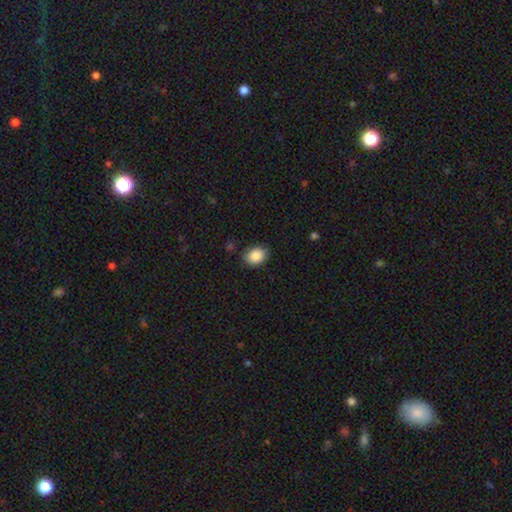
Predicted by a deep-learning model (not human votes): Smooth or featured? smooth (87%)
How rounded? in between (64%)
Merging? none (85%)